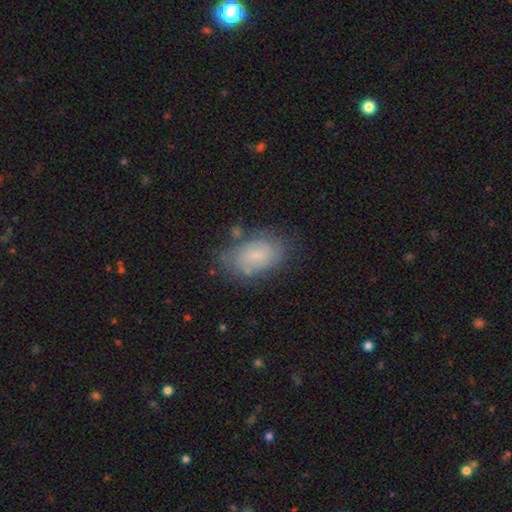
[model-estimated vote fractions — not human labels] This appears to be a smooth galaxy with no disk features (61%) that is in between round and cigar-shaped (90%). Merging: none (68%).